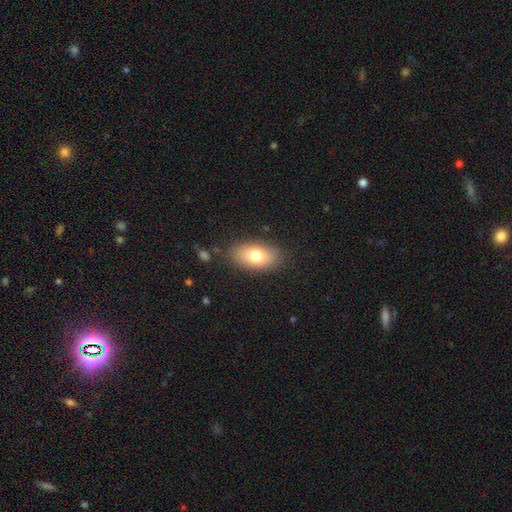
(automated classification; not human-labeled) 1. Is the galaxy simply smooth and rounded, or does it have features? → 74% smooth, 18% featured or disk, 8% star or artifact.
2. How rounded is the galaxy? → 90% in between, 7% round, 3% cigar-shaped.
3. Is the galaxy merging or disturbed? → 83% none, 12% minor disturbance, 3% major disturbance, 2% merger.